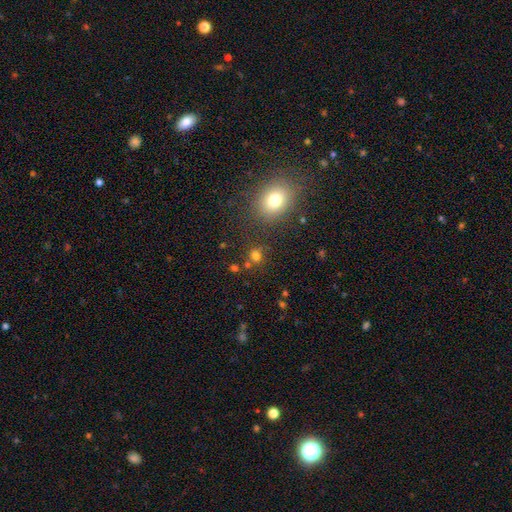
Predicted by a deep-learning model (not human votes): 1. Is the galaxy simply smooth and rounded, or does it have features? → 72% smooth, 21% star or artifact, 7% featured or disk.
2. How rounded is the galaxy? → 82% round, 17% in between, 1% cigar-shaped.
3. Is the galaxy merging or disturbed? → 76% none, 12% merger, 9% minor disturbance, 4% major disturbance.